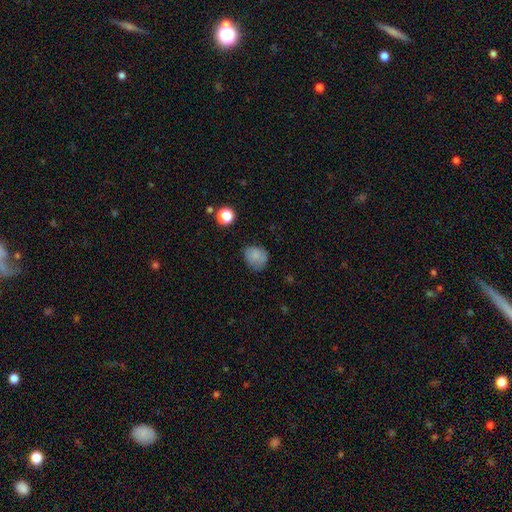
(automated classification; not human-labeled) smooth-or-featured: smooth: 81% | star or artifact: 11% | featured or disk: 8%
  how-rounded: round: 64% | in between: 35% | cigar-shaped: 1%
  merging: none: 64% | minor disturbance: 26% | major disturbance: 7% | merger: 2%